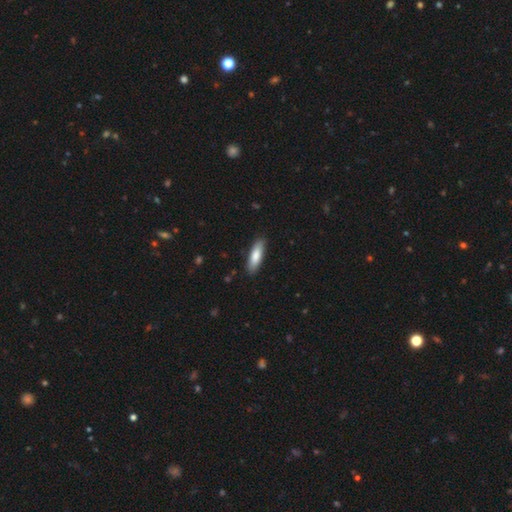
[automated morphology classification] Smooth or featured? smooth (81%)
How rounded? cigar-shaped (54%)
Merging? none (86%)